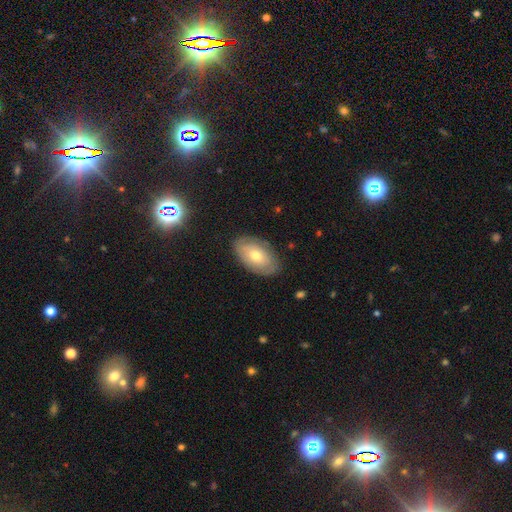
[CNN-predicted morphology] A smooth galaxy with no disk features (51%) that is in between round and cigar-shaped (92%).

Vote fractions:
- Smooth or featured? smooth: 51% / featured or disk: 40% / star or artifact: 8%
- How rounded? in between: 92% / round: 6% / cigar-shaped: 2%
- Merging? none: 82% / minor disturbance: 14% / major disturbance: 3% / merger: 1%